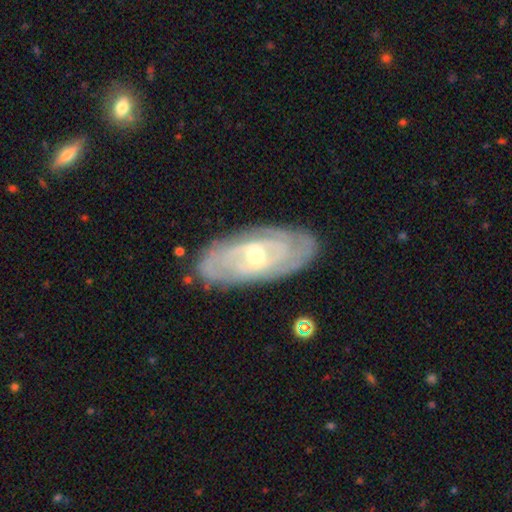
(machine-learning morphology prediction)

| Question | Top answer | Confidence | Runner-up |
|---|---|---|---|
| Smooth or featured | featured or disk | 82% | smooth (12%) |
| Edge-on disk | no | 90% | yes (10%) |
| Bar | no | 46% | weak (41%) |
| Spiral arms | yes | 89% | no (11%) |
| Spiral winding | tight | 74% | medium (21%) |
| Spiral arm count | can't tell | 47% | 2 (22%) |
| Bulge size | moderate | 56% | small (40%) |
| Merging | none | 83% | minor disturbance (13%) |